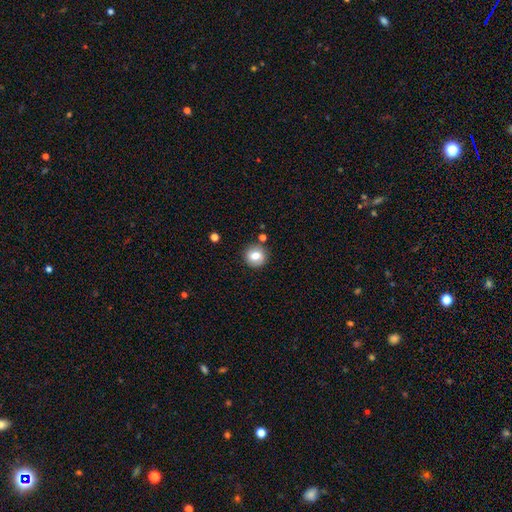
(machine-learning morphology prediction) smooth 75%, featured or disk 16%, star or artifact 10%. Down the decision tree: how rounded — round (93%); merging — none (85%).